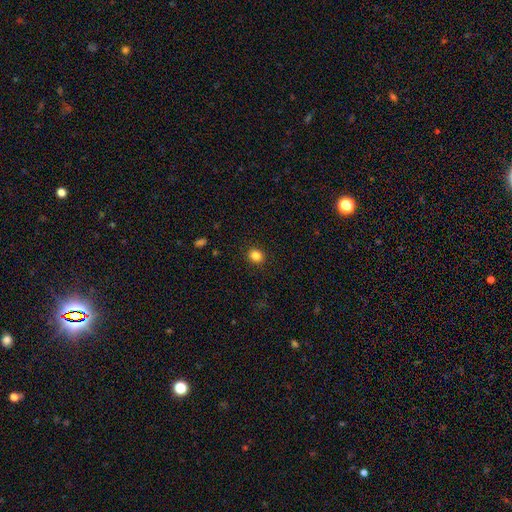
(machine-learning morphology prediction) Overall: smooth (84%). How rounded: round (78%). Merging: none (91%).